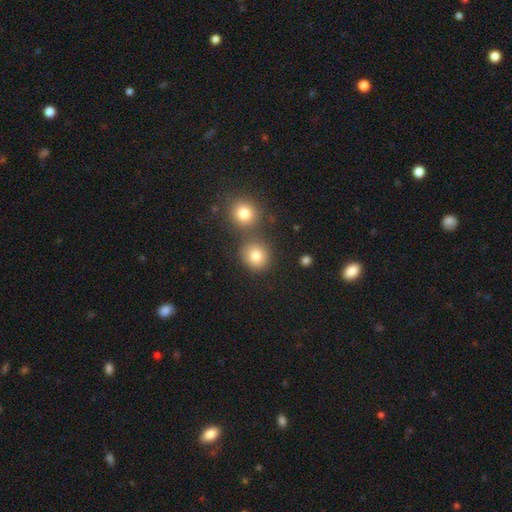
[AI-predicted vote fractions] A smooth galaxy with no disk features (81%) that is round (87%). Merging: none (70%).